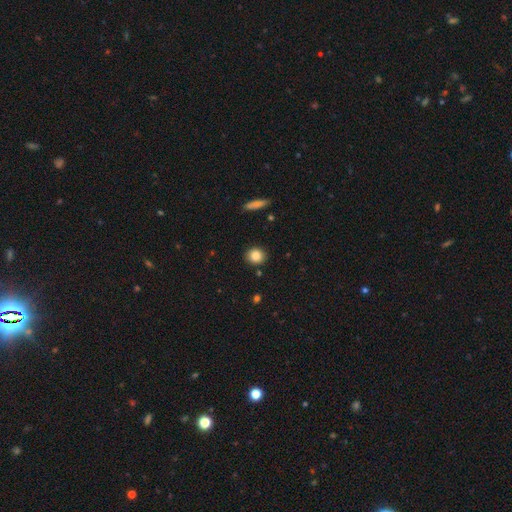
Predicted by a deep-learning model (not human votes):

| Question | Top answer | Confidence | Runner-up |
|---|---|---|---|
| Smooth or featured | smooth | 85% | star or artifact (9%) |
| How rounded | round | 83% | in between (16%) |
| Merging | none | 88% | minor disturbance (8%) |